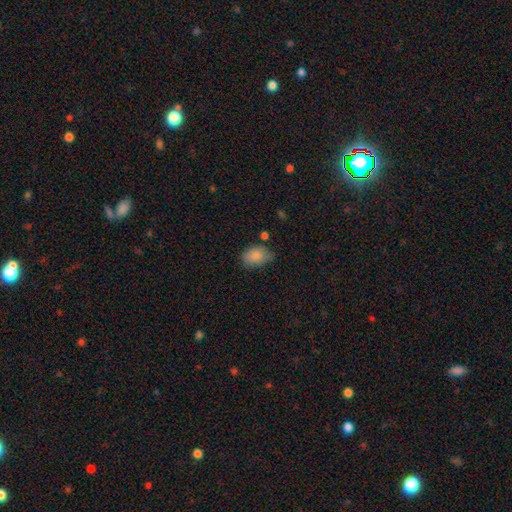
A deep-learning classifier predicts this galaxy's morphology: The model was most divided on "merging": none: 61%, minor disturbance: 29%, major disturbance: 6%, merger: 4%. More confident: smooth or featured — smooth (84%); how rounded — in between (80%).